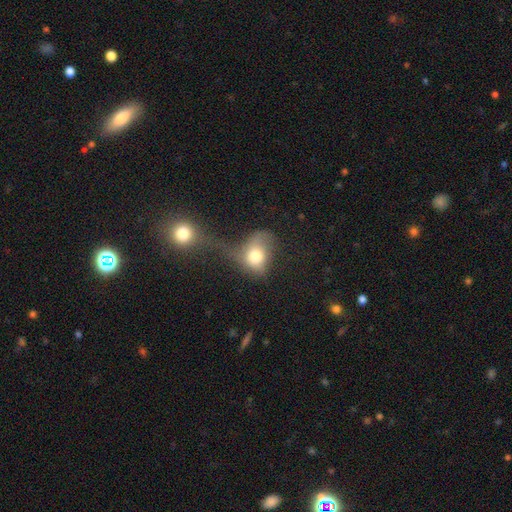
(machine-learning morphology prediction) Smooth or featured? Predicted: smooth (p=0.69). How rounded? Predicted: in between (p=0.55). Merging? Predicted: major disturbance (p=0.32, tied with merger).